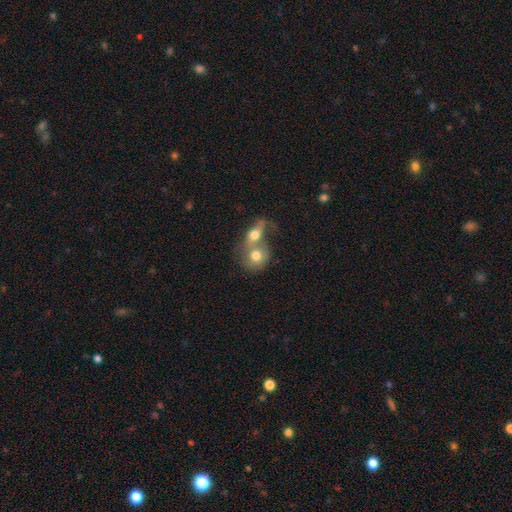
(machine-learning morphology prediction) Smooth or featured? smooth (67%)
How rounded? round (64%)
Merging? merger (74%)